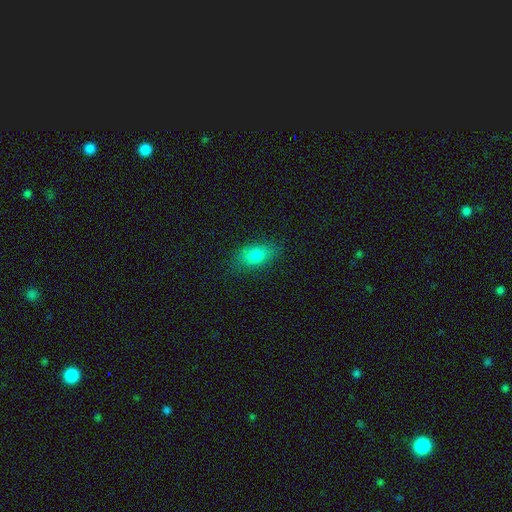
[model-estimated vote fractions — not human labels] A smooth galaxy with no disk features (79%) that is in between round and cigar-shaped (85%).

Vote fractions:
- Smooth or featured? smooth: 79% / featured or disk: 11% / star or artifact: 10%
- How rounded? in between: 85% / round: 10% / cigar-shaped: 5%
- Merging? none: 79% / minor disturbance: 15% / major disturbance: 4% / merger: 1%